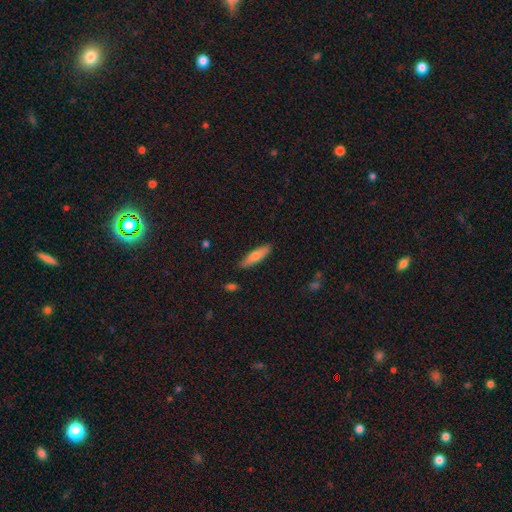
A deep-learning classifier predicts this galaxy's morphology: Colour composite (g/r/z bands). It shows a smooth galaxy with no disk features (72%) that is cigar-shaped (66%). Merging: none (87%).